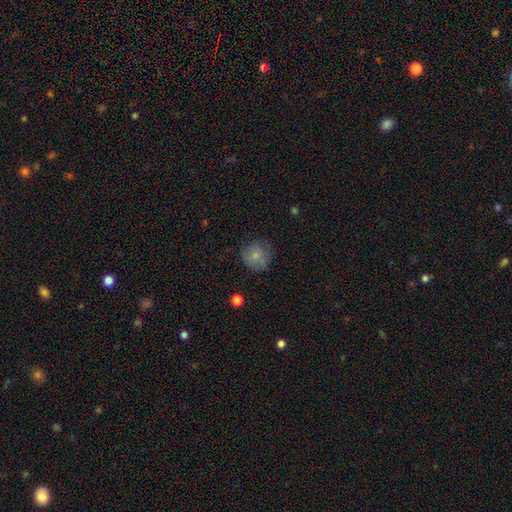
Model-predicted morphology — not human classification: A smooth galaxy with no disk features (77%) that is round (89%).

Vote fractions:
- Smooth or featured? smooth: 77% / featured or disk: 14% / star or artifact: 9%
- How rounded? round: 89% / in between: 10% / cigar-shaped: 1%
- Merging? none: 70% / minor disturbance: 21% / major disturbance: 7% / merger: 3%